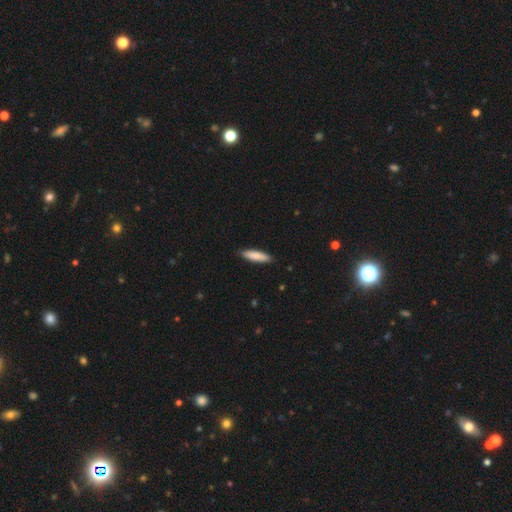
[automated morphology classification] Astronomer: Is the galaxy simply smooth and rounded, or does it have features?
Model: smooth — 84%.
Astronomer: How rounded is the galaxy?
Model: cigar-shaped — 75%.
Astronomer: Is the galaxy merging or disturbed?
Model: none — 88%.